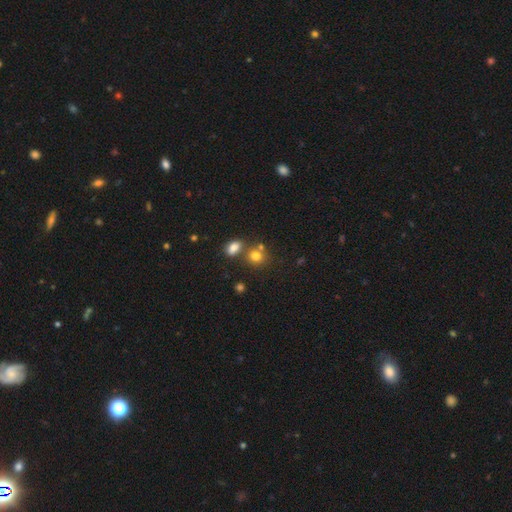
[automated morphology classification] Smooth or featured? Predicted: smooth (p=0.78). How rounded? Predicted: round (p=0.73). Merging? Predicted: none (p=0.58).